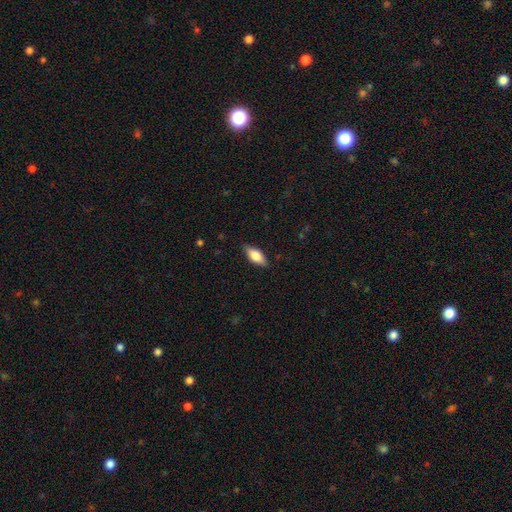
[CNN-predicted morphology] type=smooth (74%); roundness=in between (81%); merging=none (85%).